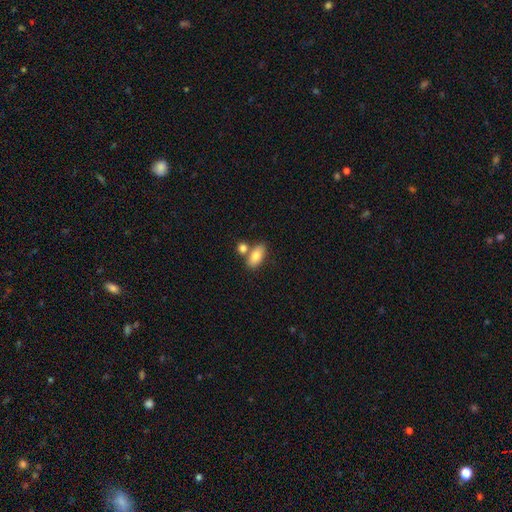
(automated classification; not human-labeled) smooth-or-featured: smooth: 81% | featured or disk: 13% | star or artifact: 7%
  how-rounded: in between: 88% | round: 6% | cigar-shaped: 6%
  merging: none: 59% | merger: 28% | minor disturbance: 11% | major disturbance: 3%